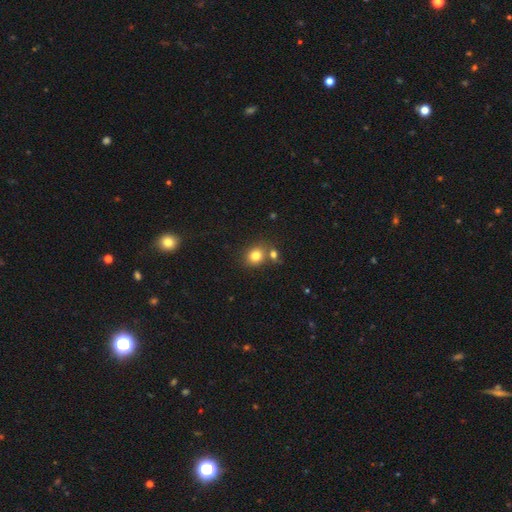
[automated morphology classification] Smooth or featured? smooth (80%)
How rounded? round (71%)
Merging? none (65%)